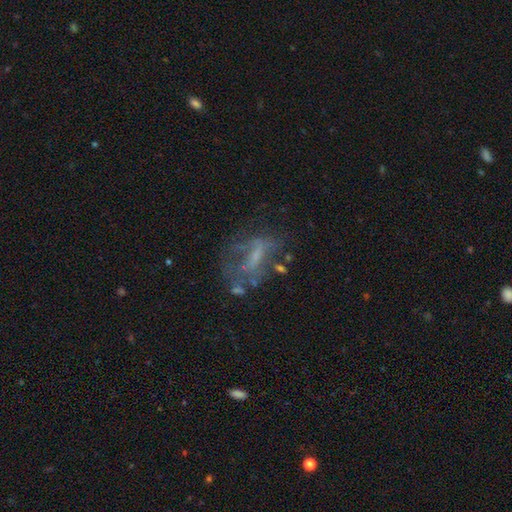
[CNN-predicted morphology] A featured or disk galaxy (58%) with no bar (50%), no spiral arms (71%) and no central bulge (43%).

Vote fractions:
- Smooth or featured? featured or disk: 58% / smooth: 26% / star or artifact: 16%
- Edge-on disk? no: 92% / yes: 8%
- Bar? no: 50% / weak: 33% / strong: 17%
- Spiral arms? no: 71% / yes: 29%
- Bulge size? none: 43% / small: 34% / moderate: 19% / large: 3% / dominant: 1%
- Merging? none: 43% / major disturbance: 29% / minor disturbance: 20% / merger: 9%